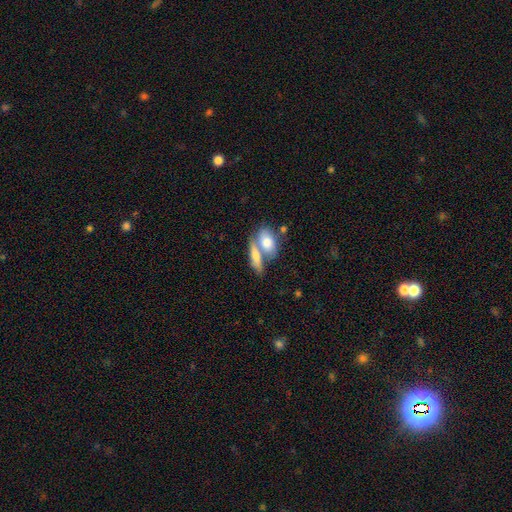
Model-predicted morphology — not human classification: type=smooth (72%); roundness=in between (71%); merging=merger (56%).